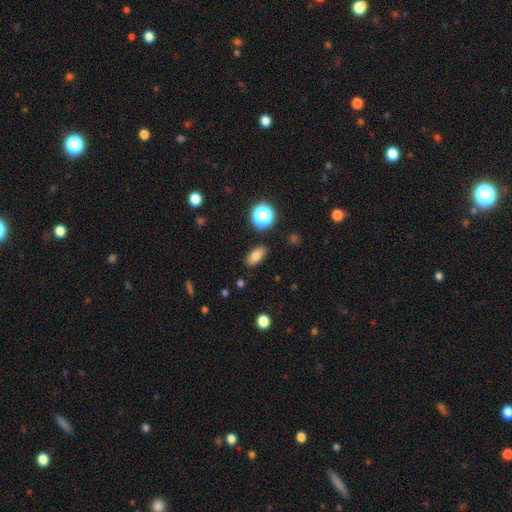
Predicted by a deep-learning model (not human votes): Overall: smooth (79%). How rounded: in between (82%). Merging: none (87%).